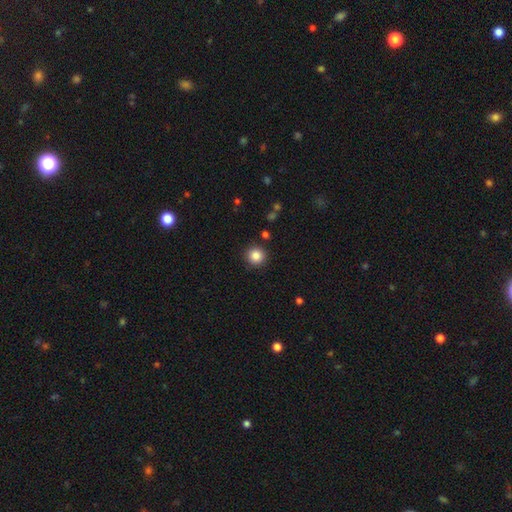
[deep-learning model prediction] The model was most divided on "smooth or featured": smooth: 85%, star or artifact: 10%, featured or disk: 4%. More confident: how rounded — round (95%); merging — none (90%).